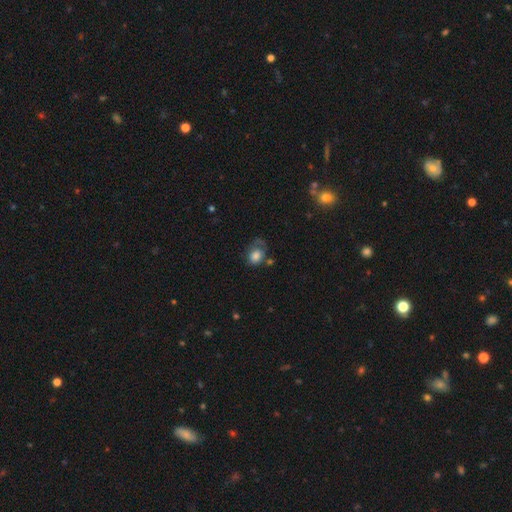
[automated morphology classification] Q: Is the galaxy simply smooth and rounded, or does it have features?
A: smooth — 71%.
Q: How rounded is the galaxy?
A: in between — 54%.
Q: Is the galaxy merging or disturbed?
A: none — 36%.